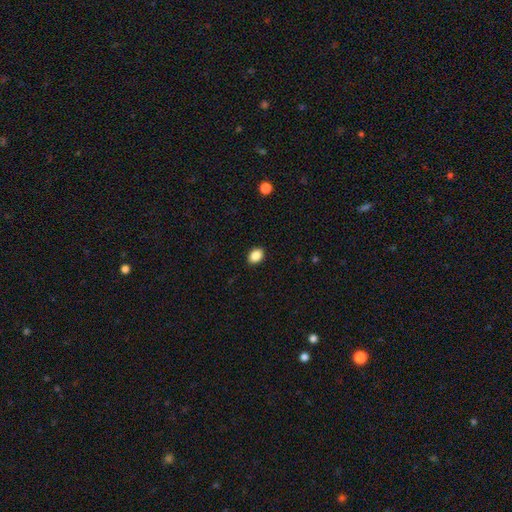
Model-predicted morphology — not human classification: Smooth or featured? Predicted: smooth (p=0.88). How rounded? Predicted: in between (p=0.72). Merging? Predicted: none (p=0.90).